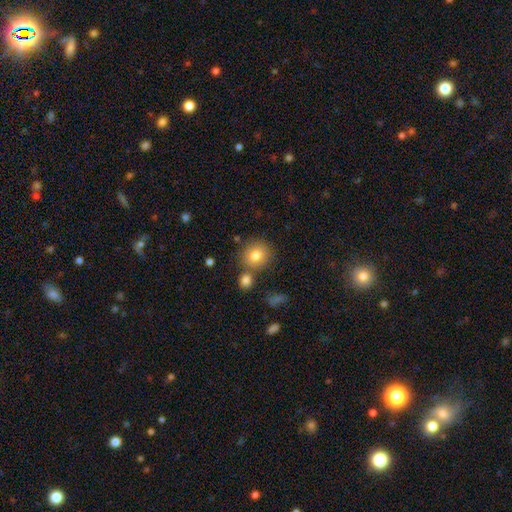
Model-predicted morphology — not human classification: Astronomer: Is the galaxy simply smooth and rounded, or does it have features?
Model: smooth — 80%.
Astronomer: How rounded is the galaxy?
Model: round — 83%.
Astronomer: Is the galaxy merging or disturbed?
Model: none — 72%.